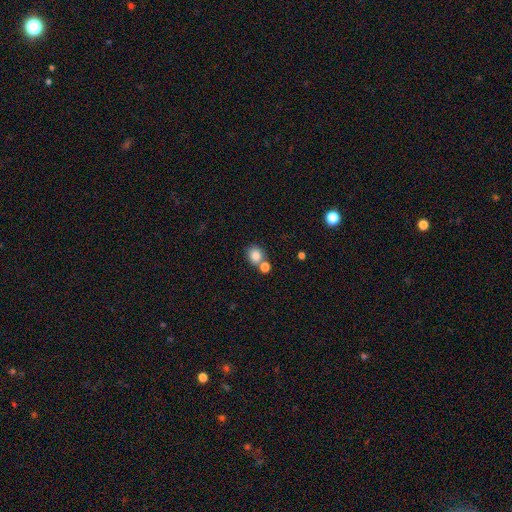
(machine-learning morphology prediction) type=smooth (84%); roundness=round (73%); merging=none (57%).